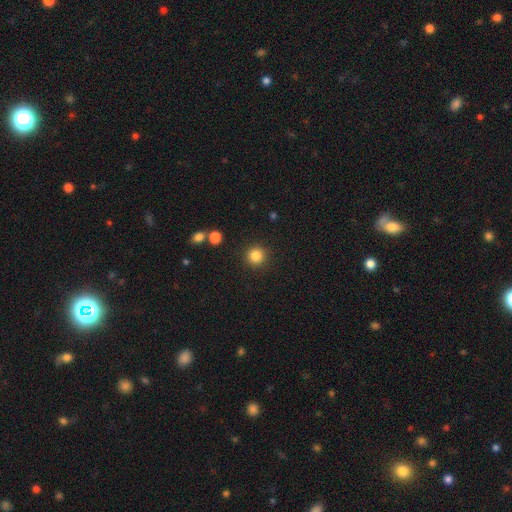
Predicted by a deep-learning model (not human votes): Smooth or featured? smooth (84%)
How rounded? round (94%)
Merging? none (90%)